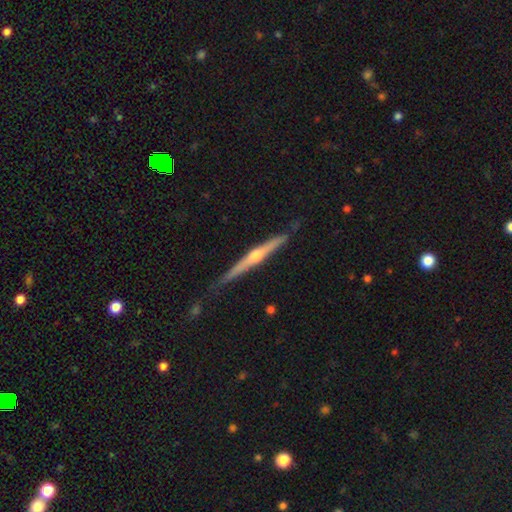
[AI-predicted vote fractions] Q: Smooth or featured?
A: featured or disk (80%); runner-up: smooth (15%)
Q: Edge-on disk?
A: yes (98%); runner-up: no (2%)
Q: Edge-on bulge?
A: rounded (89%); runner-up: none (7%)
Q: Merging?
A: none (82%); runner-up: minor disturbance (14%)